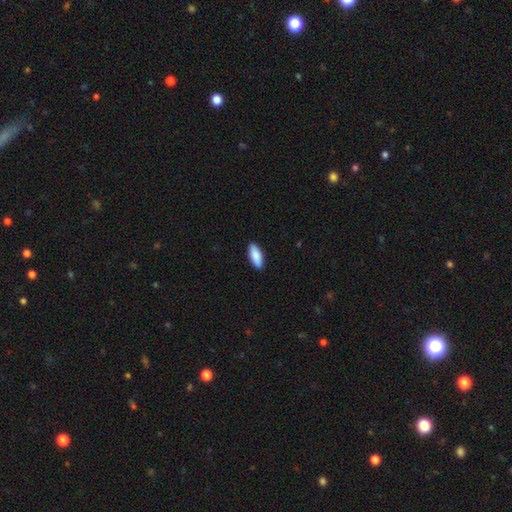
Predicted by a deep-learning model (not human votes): A smooth galaxy with no disk features (87%) that is in between round and cigar-shaped (70%).

Vote fractions:
- Smooth or featured? smooth: 87% / featured or disk: 8% / star or artifact: 5%
- How rounded? in between: 70% / cigar-shaped: 28% / round: 2%
- Merging? none: 90% / minor disturbance: 7% / major disturbance: 2% / merger: 1%